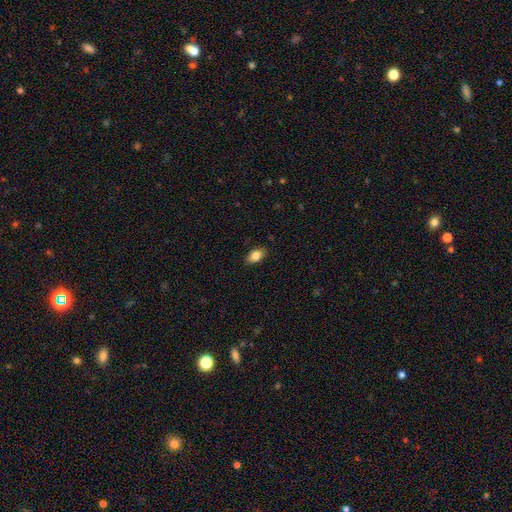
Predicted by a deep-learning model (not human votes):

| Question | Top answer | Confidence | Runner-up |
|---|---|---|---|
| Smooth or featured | smooth | 85% | featured or disk (8%) |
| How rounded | in between | 90% | round (7%) |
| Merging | none | 87% | minor disturbance (10%) |